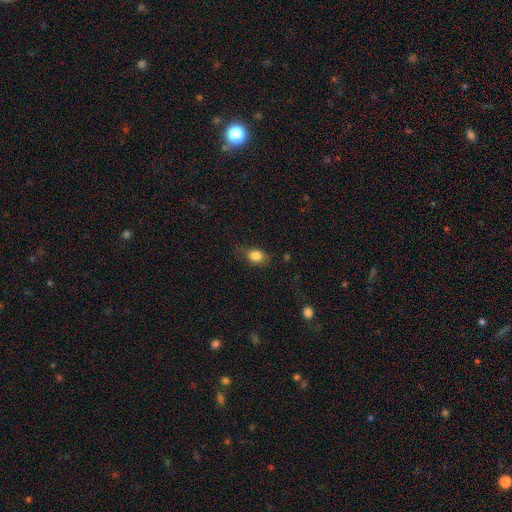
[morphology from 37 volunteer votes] Volunteers were most divided on "how rounded": in between: 77%, round: 23%, cigar-shaped: 0%. More confident: smooth or featured — smooth (81%); merging — none (72%).